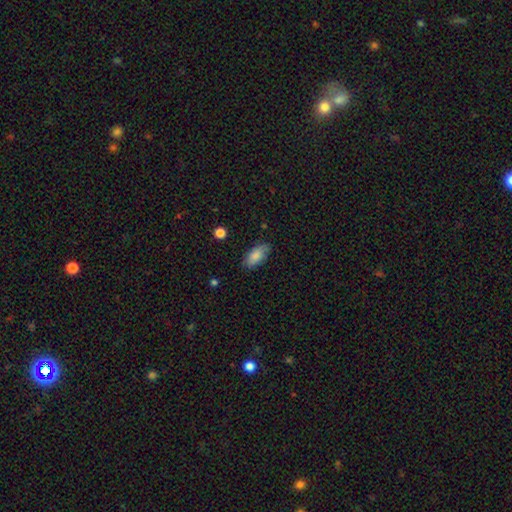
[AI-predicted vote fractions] A smooth galaxy with no disk features (84%) that is in between round and cigar-shaped (89%). Merging: none (81%).